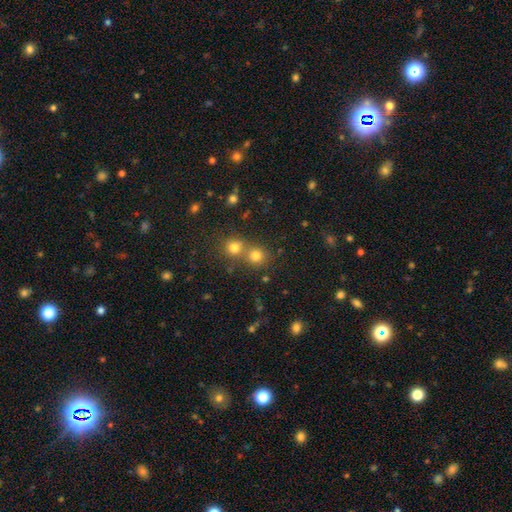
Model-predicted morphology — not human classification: This is likely a smooth galaxy (77%). How rounded: clearly round (86%). Merging: possibly none (53%).